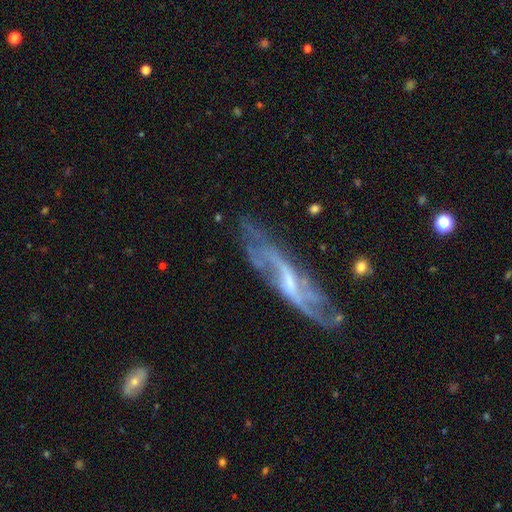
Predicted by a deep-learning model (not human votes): featured or disk 81%, smooth 11%, star or artifact 8%. Down the decision tree: edge-on disk — no (62%); bar — weak (47%); spiral arms — yes (90%); bulge size — small (54%); merging — none (73%).